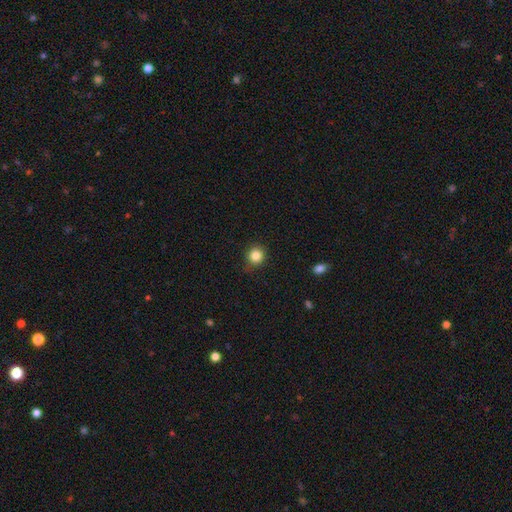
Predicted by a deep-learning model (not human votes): This appears to be a smooth galaxy with no disk features (84%) that is round (91%). Merging: none (86%).